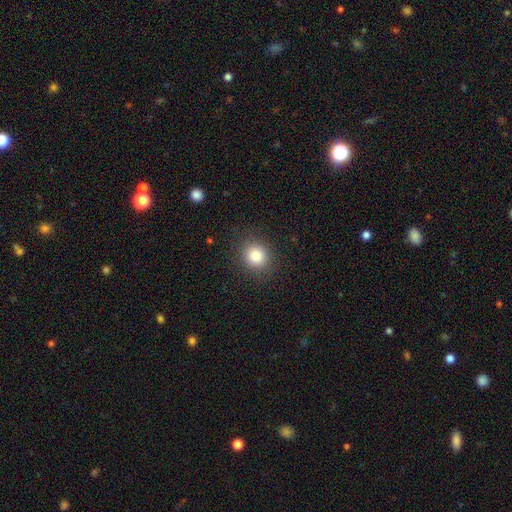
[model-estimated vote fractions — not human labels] smooth 84%, star or artifact 11%, featured or disk 6%. Down the decision tree: how rounded — round (80%); merging — none (88%).